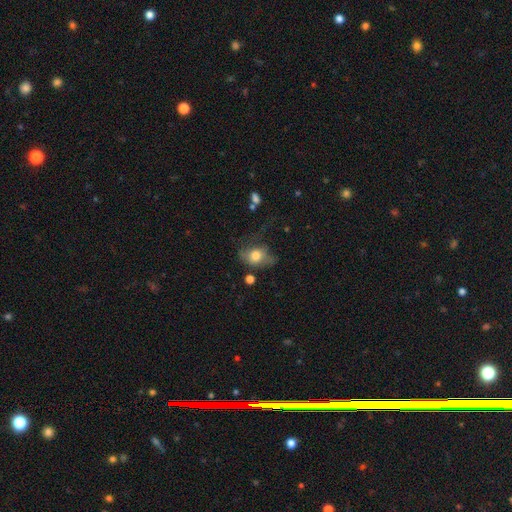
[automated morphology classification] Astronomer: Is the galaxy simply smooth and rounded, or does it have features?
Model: smooth — 67%.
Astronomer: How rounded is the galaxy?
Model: in between — 58% (runner-up: round, 40%).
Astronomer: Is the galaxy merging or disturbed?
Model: none — 38% (runner-up: major disturbance, 30%).